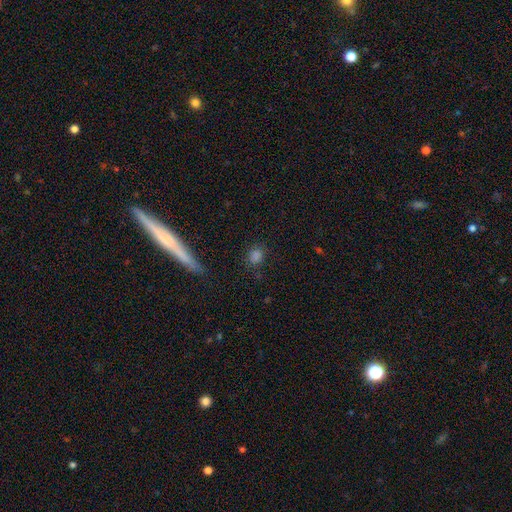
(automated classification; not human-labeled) This appears to be a smooth galaxy with no disk features (80%) that is round (67%). Merging: none (83%).